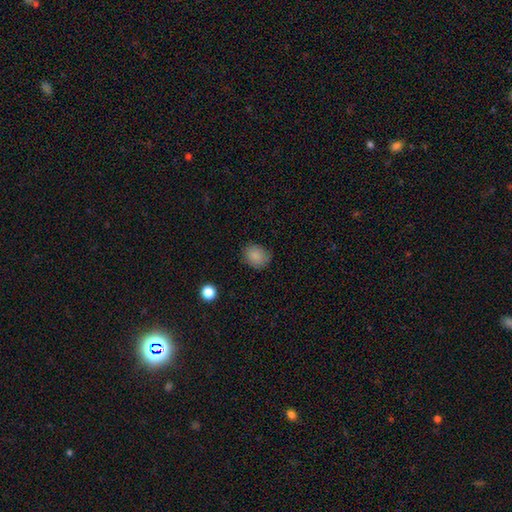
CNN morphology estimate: smooth 85%, star or artifact 10%, featured or disk 6%. Down the decision tree: how rounded — round (61%); merging — none (75%).